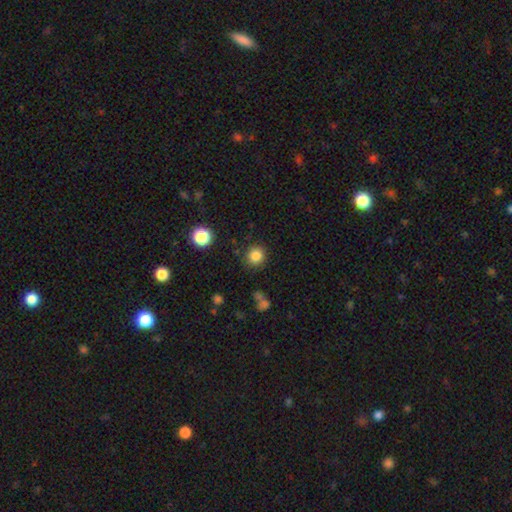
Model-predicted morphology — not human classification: Smooth or featured? smooth (83%)
How rounded? round (90%)
Merging? none (87%)